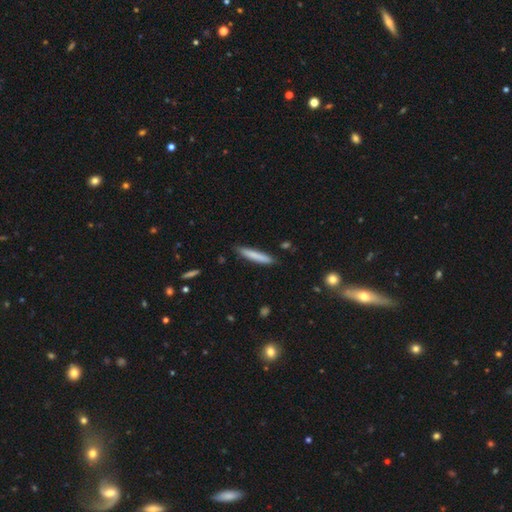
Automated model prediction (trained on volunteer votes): Smooth or featured: smooth — 78% (featured or disk — 16%)
How rounded: cigar-shaped — 93% (in between — 6%)
Merging: none — 86% (minor disturbance — 10%)